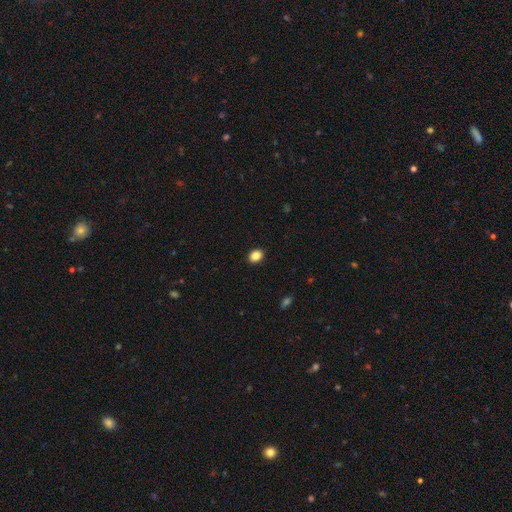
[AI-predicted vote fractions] smooth-or-featured: smooth: 88% | star or artifact: 9% | featured or disk: 4%
  how-rounded: in between: 67% | round: 32% | cigar-shaped: 1%
  merging: none: 91% | minor disturbance: 7% | major disturbance: 2% | merger: 1%